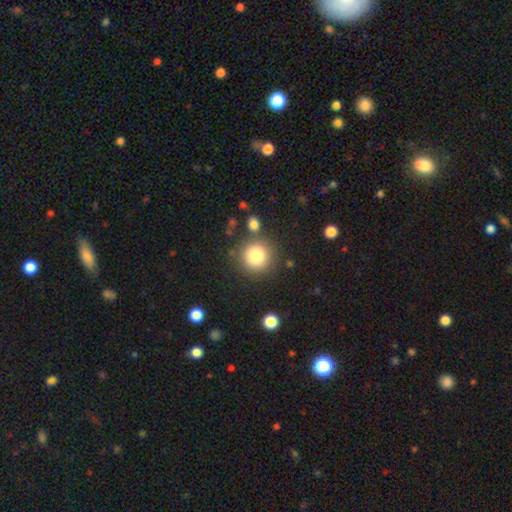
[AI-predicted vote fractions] A smooth galaxy with no disk features (83%) that is round (93%).

Vote fractions:
- Smooth or featured? smooth: 83% / star or artifact: 10% / featured or disk: 7%
- How rounded? round: 93% / in between: 6% / cigar-shaped: 1%
- Merging? none: 80% / minor disturbance: 9% / merger: 7% / major disturbance: 4%